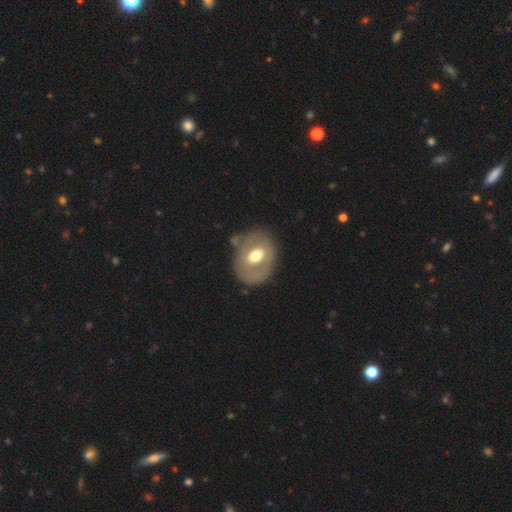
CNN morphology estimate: smooth-or-featured: featured or disk: 50% | smooth: 44% | star or artifact: 6%
  merging: none: 65% | minor disturbance: 21% | major disturbance: 9% | merger: 5%